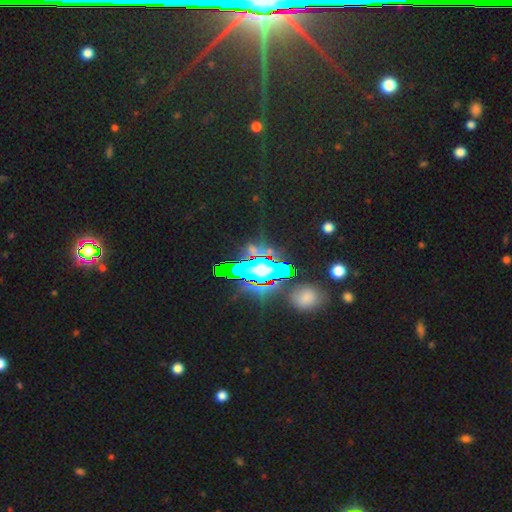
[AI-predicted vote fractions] This appears to be a star or artifact, not a galaxy (64%).